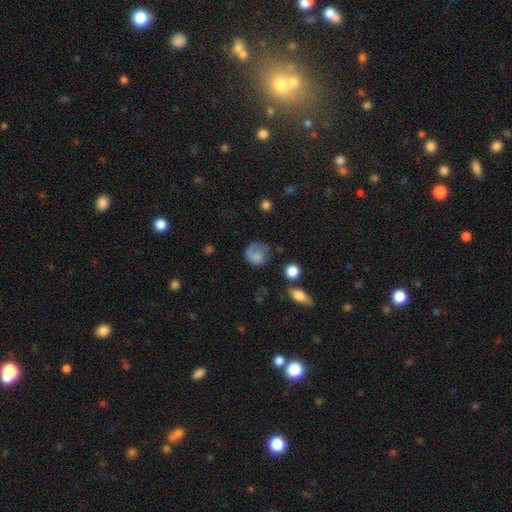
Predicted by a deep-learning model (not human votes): Overall: smooth (73%). How rounded: round (71%). Merging: none (43%; minor disturbance 29%).